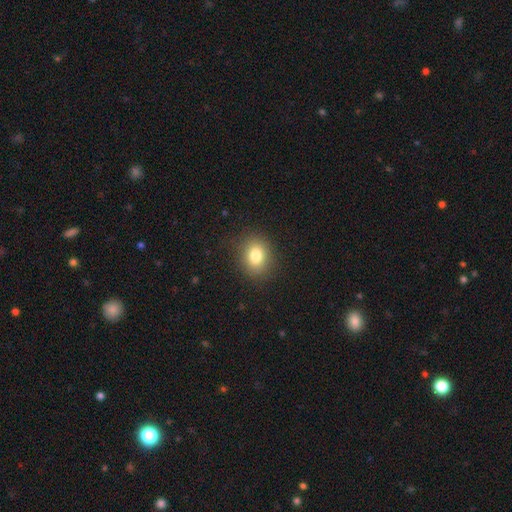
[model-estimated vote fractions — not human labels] Smooth or featured? smooth (81%)
How rounded? round (51%)
Merging? none (87%)